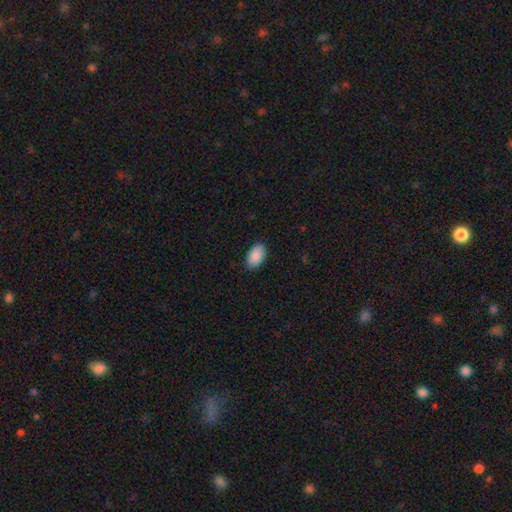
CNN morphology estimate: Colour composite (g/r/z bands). It shows a smooth galaxy with no disk features (91%) that is in between round and cigar-shaped (94%). Merging: none (88%).